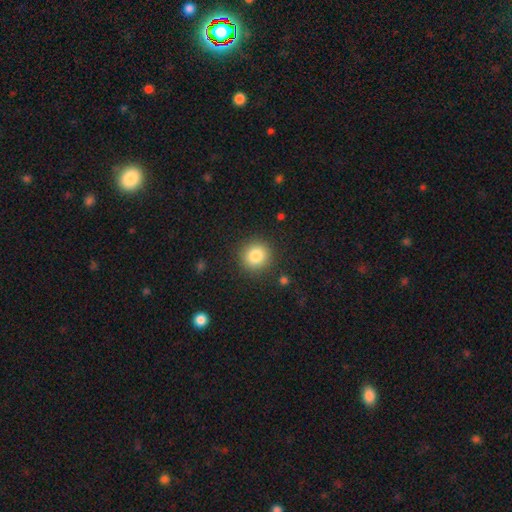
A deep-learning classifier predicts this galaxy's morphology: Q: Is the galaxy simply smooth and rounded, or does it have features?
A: smooth — 84%.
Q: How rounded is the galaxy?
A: round — 91%.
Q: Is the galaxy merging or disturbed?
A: none — 89%.